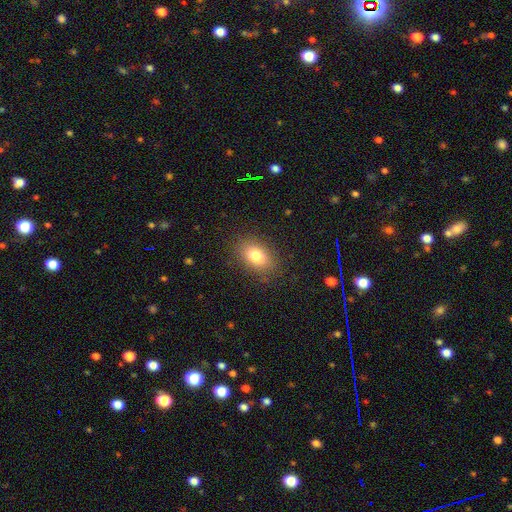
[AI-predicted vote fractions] A smooth galaxy with no disk features (79%) that is in between round and cigar-shaped (87%). Merging: none (81%).